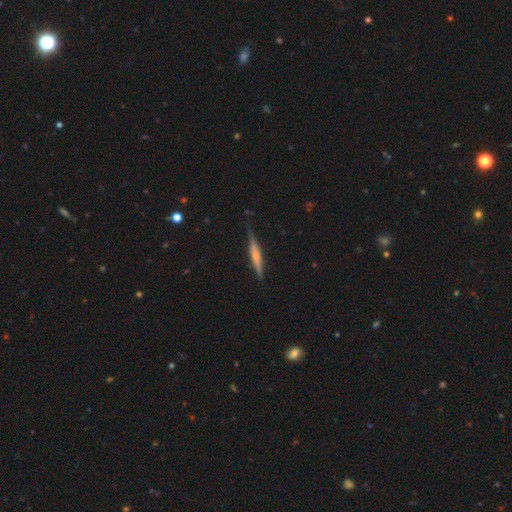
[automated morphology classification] smooth-or-featured: featured or disk: 51% | smooth: 43% | star or artifact: 6%
  disk-edge-on: yes: 97% | no: 3%
  merging: none: 85% | minor disturbance: 11% | major disturbance: 2% | merger: 1%